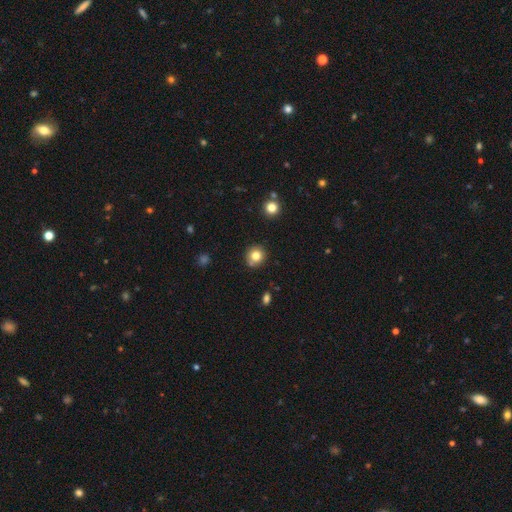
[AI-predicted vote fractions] smooth_or_featured: smooth (p=0.80) [alt: star or artifact p=0.12]
how_rounded: round (p=0.91) [alt: in between p=0.08]
merging: none (p=0.78) [alt: minor disturbance p=0.10]